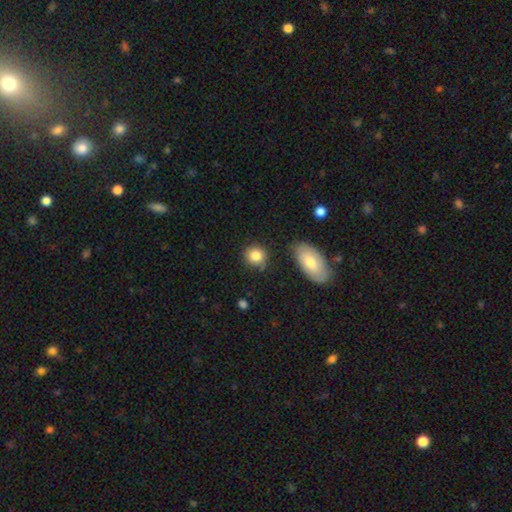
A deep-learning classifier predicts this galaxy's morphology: Smooth or featured?
  - smooth: 85% *
  - star or artifact: 8%
  - featured or disk: 7%
How rounded?
  - round: 82% *
  - in between: 16%
  - cigar-shaped: 1%
Merging?
  - none: 77% *
  - minor disturbance: 14%
  - merger: 5%
  - major disturbance: 4%